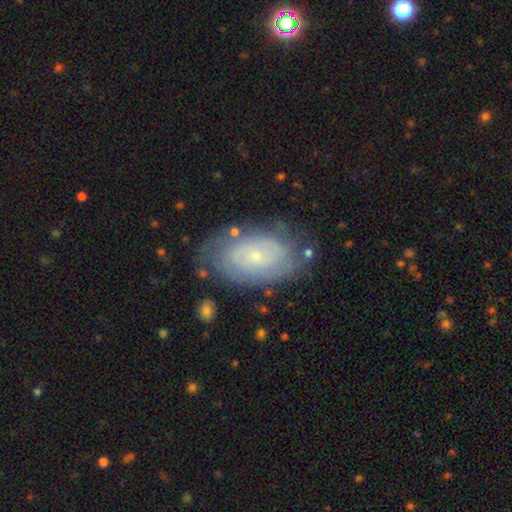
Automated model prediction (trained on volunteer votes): This appears to be a featured or disk galaxy (66%) with no bar (78%), spiral arms (78%) and a small central bulge (83%). Merging: none (72%).